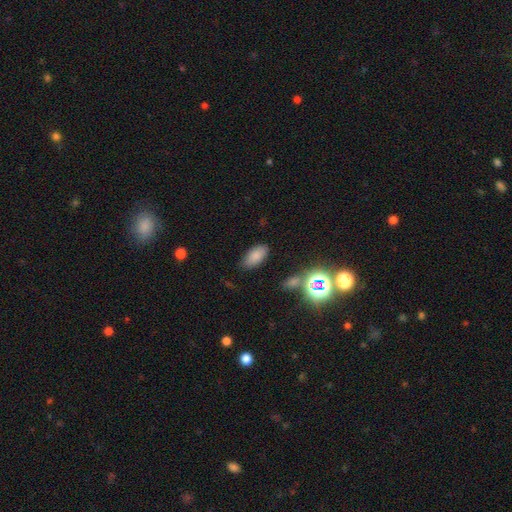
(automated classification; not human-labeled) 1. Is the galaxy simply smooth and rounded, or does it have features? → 80% smooth, 12% star or artifact, 8% featured or disk.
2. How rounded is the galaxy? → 92% in between, 5% cigar-shaped, 4% round.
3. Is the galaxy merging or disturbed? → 84% none, 11% minor disturbance, 3% major disturbance, 2% merger.